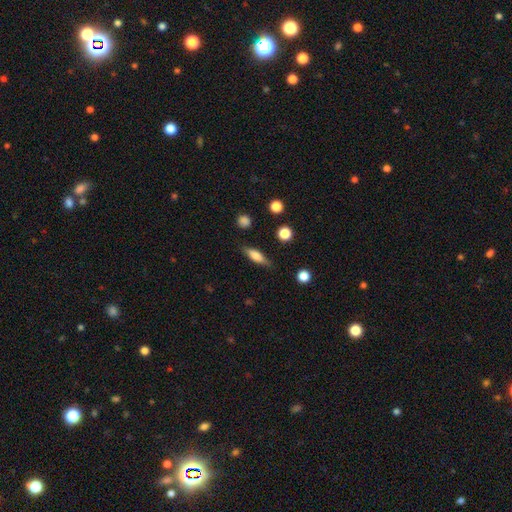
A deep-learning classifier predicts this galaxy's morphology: Overall: smooth (69%). How rounded: cigar-shaped (49%; in between 47%). Merging: none (80%).